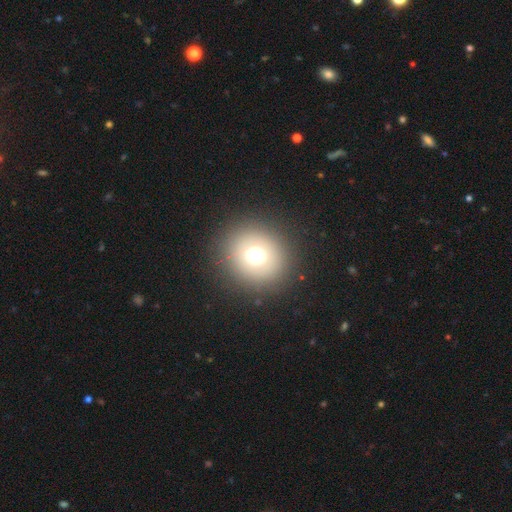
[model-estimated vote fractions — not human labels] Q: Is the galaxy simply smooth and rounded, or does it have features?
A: smooth — 66%.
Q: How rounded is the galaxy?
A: round — 89%.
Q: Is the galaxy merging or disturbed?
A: none — 88%.